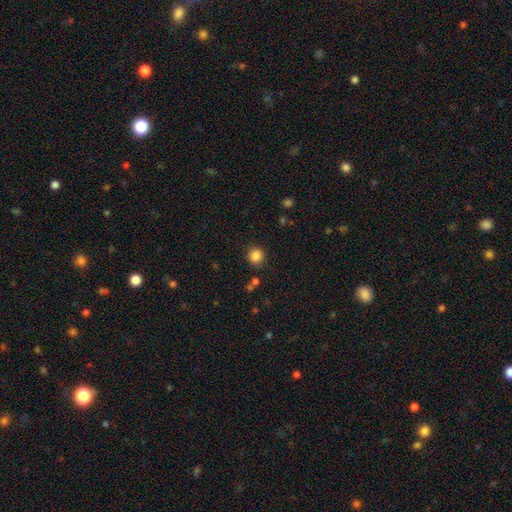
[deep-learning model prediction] Overall: smooth (85%). How rounded: round (91%). Merging: none (86%).